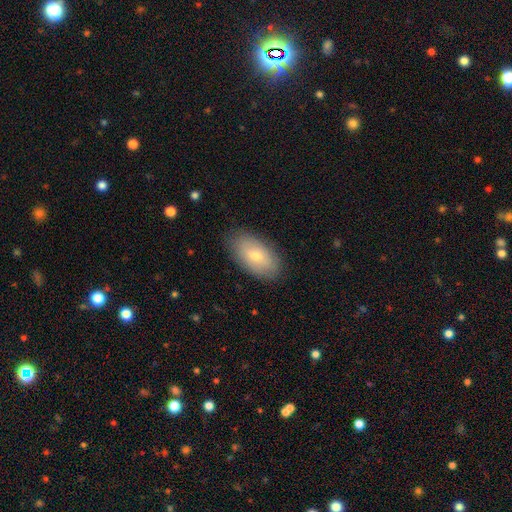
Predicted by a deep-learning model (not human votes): Smooth or featured? smooth (71%)
How rounded? in between (94%)
Merging? none (84%)